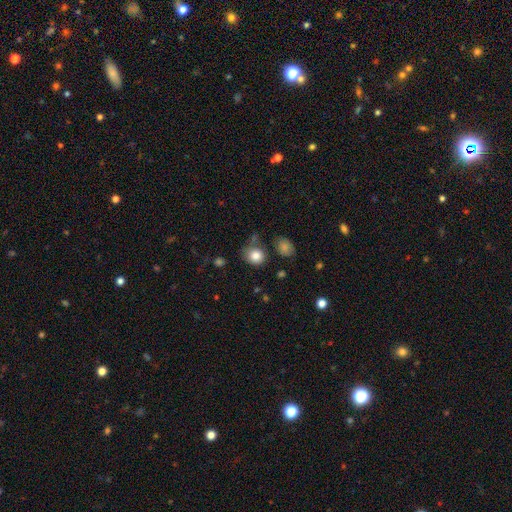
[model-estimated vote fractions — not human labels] Smooth or featured: smooth — 84% (star or artifact — 10%)
How rounded: round — 77% (in between — 22%)
Merging: none — 71% (minor disturbance — 17%)